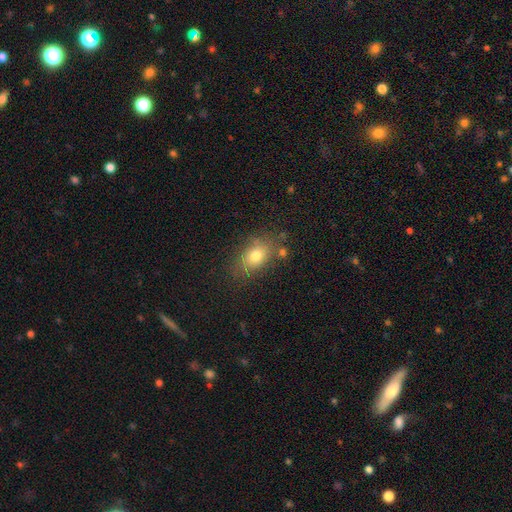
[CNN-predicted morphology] smooth_or_featured: smooth (p=0.75) [alt: featured or disk p=0.13]
how_rounded: in between (p=0.74) [alt: round p=0.24]
merging: none (p=0.73) [alt: minor disturbance p=0.16]